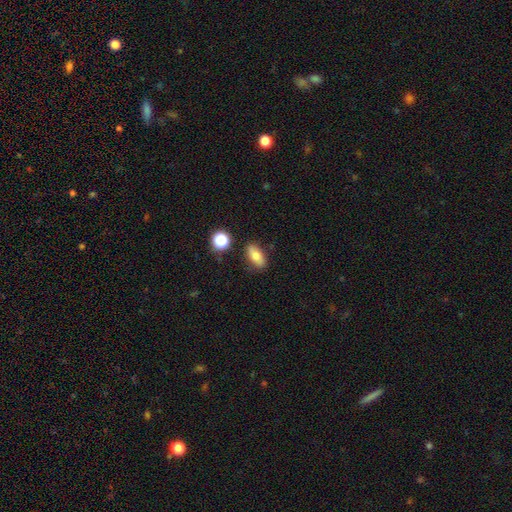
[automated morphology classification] Smooth or featured? smooth (77%)
How rounded? in between (86%)
Merging? none (83%)